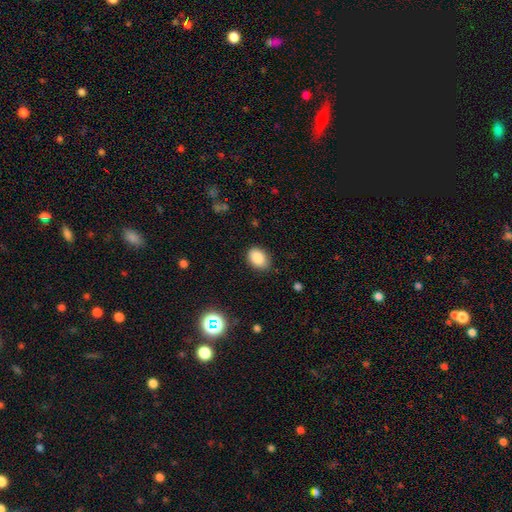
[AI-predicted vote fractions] Overall: smooth (86%). How rounded: in between (76%). Merging: none (82%).